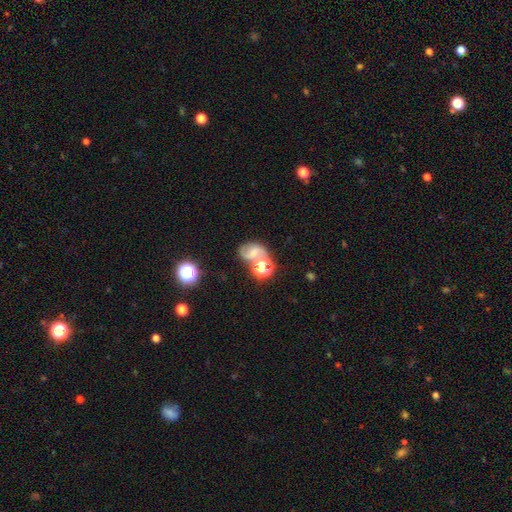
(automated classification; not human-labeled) featured or disk 43%, smooth 33%, star or artifact 24%. Down the decision tree: merging — none (45%).